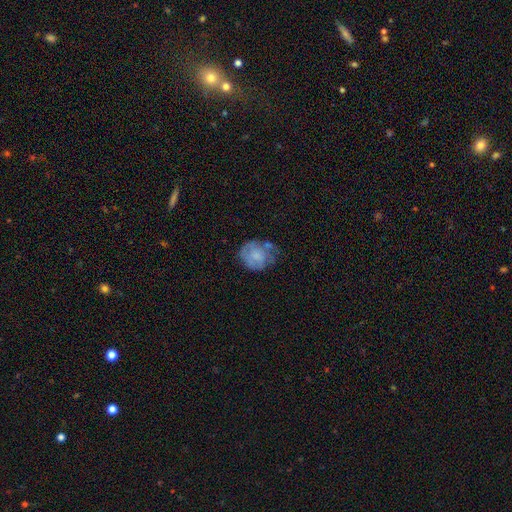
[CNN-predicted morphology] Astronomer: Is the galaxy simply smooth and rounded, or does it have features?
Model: smooth — 47% (runner-up: featured or disk, 45%).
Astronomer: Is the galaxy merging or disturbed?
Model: none — 43% (runner-up: minor disturbance, 33%).